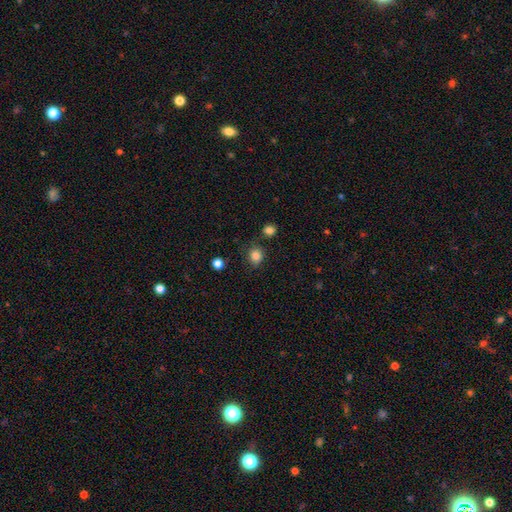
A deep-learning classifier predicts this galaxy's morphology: Smooth or featured: smooth — 84% (star or artifact — 11%)
How rounded: round — 77% (in between — 22%)
Merging: none — 79% (minor disturbance — 13%)